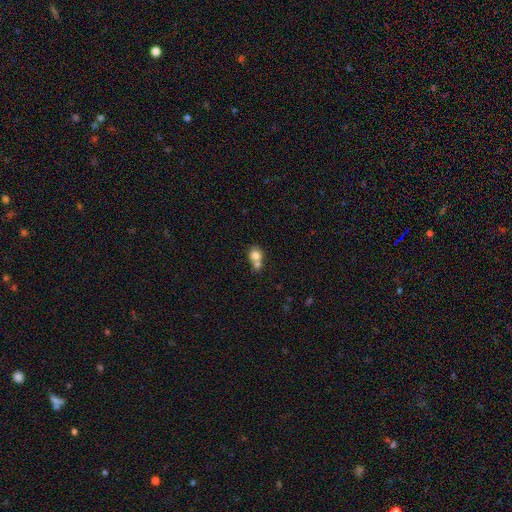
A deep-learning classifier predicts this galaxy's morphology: Smooth or featured? Predicted: smooth (p=0.78). How rounded? Predicted: round (p=0.77). Merging? Predicted: merger (p=0.55).